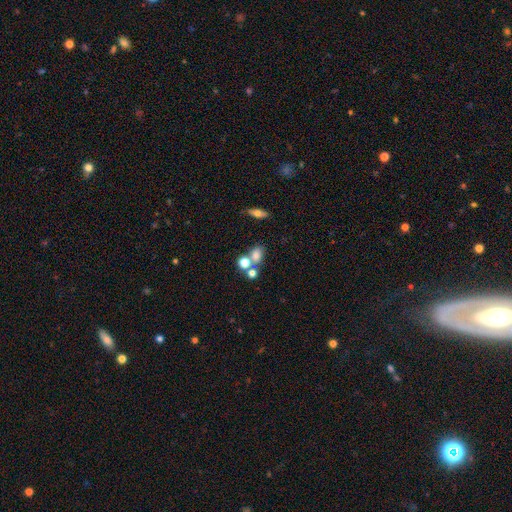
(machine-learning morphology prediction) Q: Smooth or featured?
A: smooth (69%); runner-up: star or artifact (16%)
Q: How rounded?
A: in between (52%); runner-up: round (45%)
Q: Merging?
A: none (45%); runner-up: merger (39%)